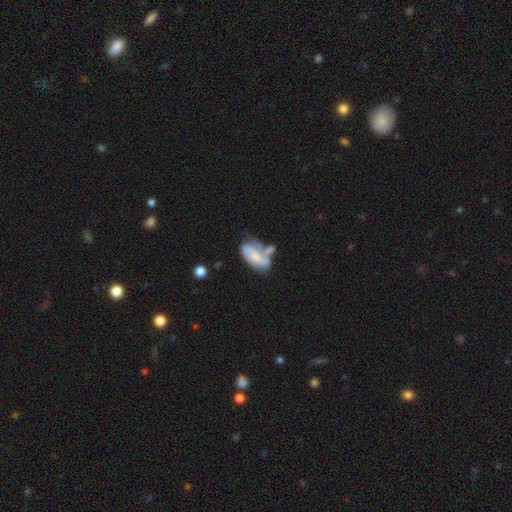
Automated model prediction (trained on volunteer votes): A featured or disk galaxy (51%). Merging: merger (32%).